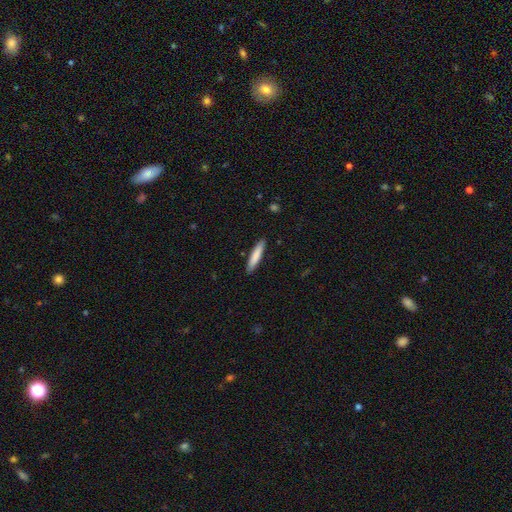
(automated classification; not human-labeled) This is clearly a smooth galaxy (82%). How rounded: clearly cigar-shaped (89%). Merging: clearly none (90%).